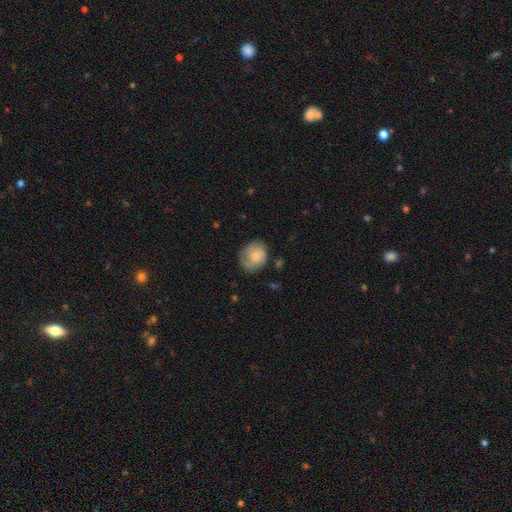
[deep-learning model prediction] The model was most divided on "smooth or featured": smooth: 52%, featured or disk: 41%, star or artifact: 7%. More confident: merging — none (66%); how rounded — round (65%).